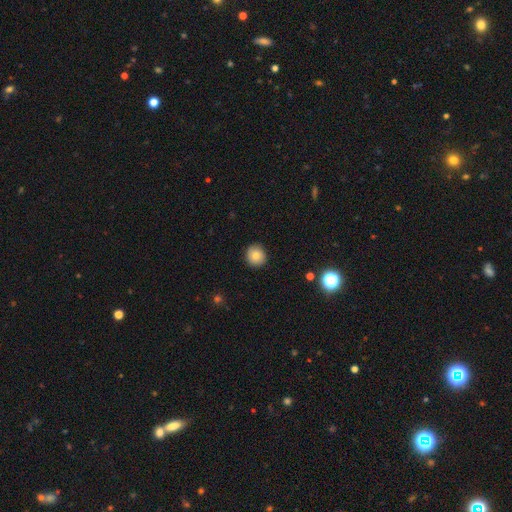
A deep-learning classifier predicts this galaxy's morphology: This is likely a smooth galaxy (79%). How rounded: clearly round (92%). Merging: clearly none (90%).